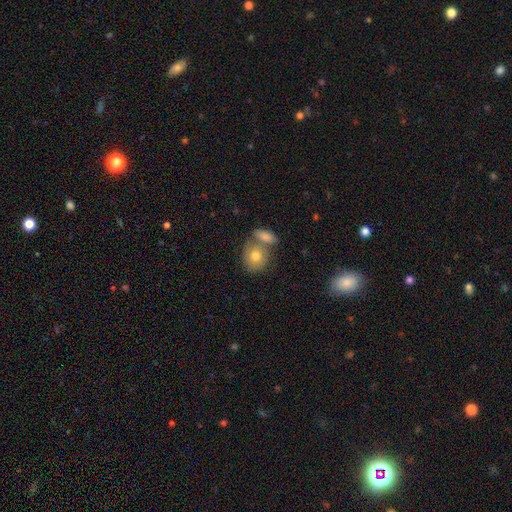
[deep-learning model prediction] Morphology: type=smooth (77%); roundness=round (60%); merging=none (46%).